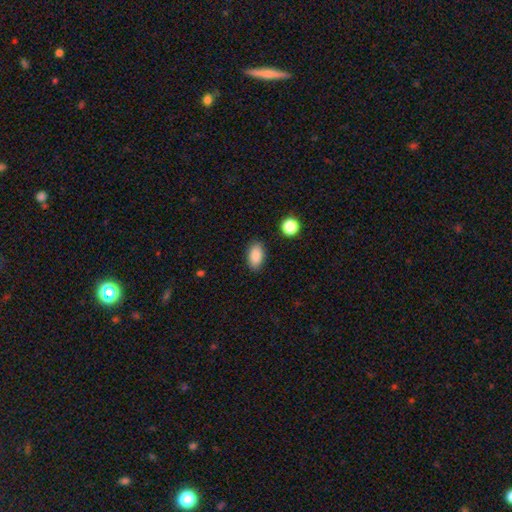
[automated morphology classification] A smooth galaxy with no disk features (87%) that is in between round and cigar-shaped (92%).

Vote fractions:
- Smooth or featured? smooth: 87% / star or artifact: 8% / featured or disk: 5%
- How rounded? in between: 92% / round: 5% / cigar-shaped: 3%
- Merging? none: 87% / minor disturbance: 9% / major disturbance: 2% / merger: 2%